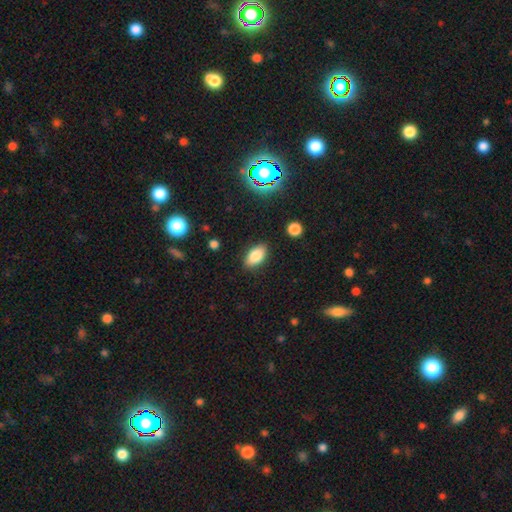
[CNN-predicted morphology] smooth-or-featured: smooth: 82% | star or artifact: 9% | featured or disk: 9%
  how-rounded: in between: 90% | round: 5% | cigar-shaped: 5%
  merging: none: 87% | minor disturbance: 9% | major disturbance: 2% | merger: 1%